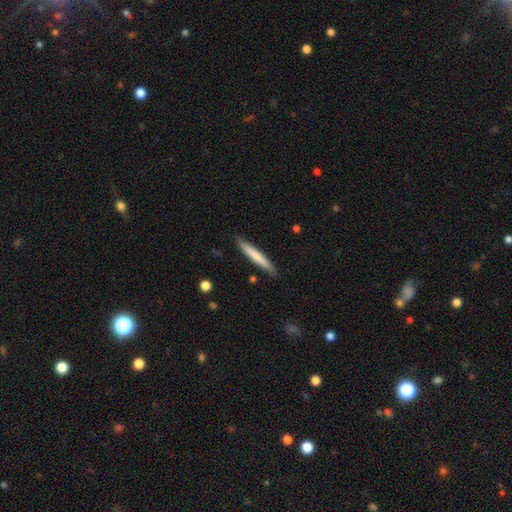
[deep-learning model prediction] This is likely a smooth galaxy (71%). How rounded: clearly cigar-shaped (94%). Merging: clearly none (89%).